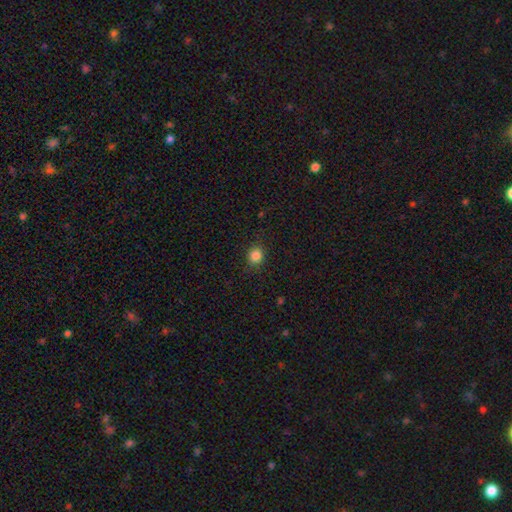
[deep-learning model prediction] A smooth galaxy with no disk features (84%) that is round (78%).

Vote fractions:
- Smooth or featured? smooth: 84% / star or artifact: 12% / featured or disk: 4%
- How rounded? round: 78% / in between: 21% / cigar-shaped: 1%
- Merging? none: 87% / minor disturbance: 9% / major disturbance: 3% / merger: 1%